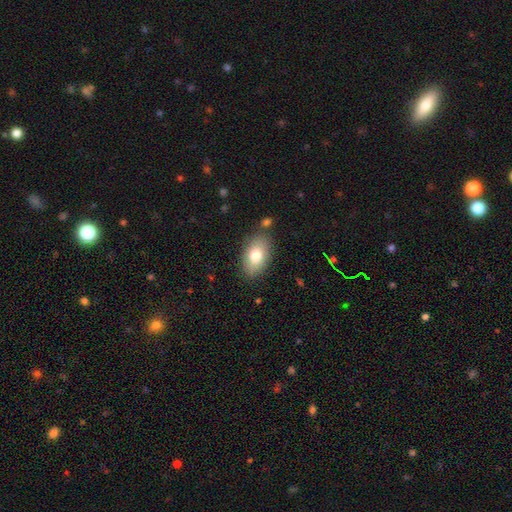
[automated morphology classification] Overall: smooth (77%). How rounded: in between (91%). Merging: none (81%).